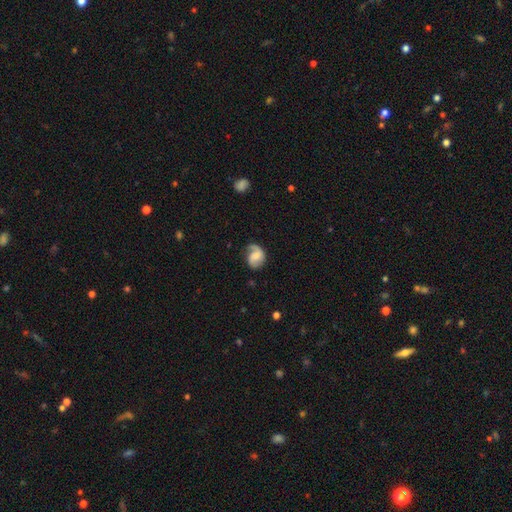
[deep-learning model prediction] Overall: featured or disk (60%; smooth 32%). Edge-on disk: no (98%). Bar: no (50%; weak 40%). Spiral arms: yes (92%). Spiral arm count: 2 (56%; 1 36%). Spiral winding: medium (41%; loose 36%). Bulge size: small (33%; moderate 31%). Merging: none (55%; minor disturbance 28%).